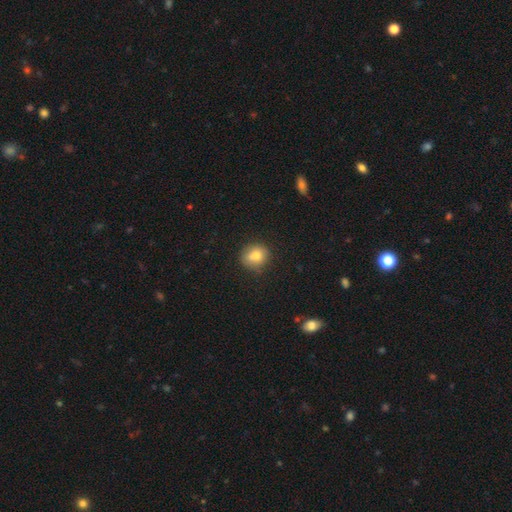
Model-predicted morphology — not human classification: smooth 78%, featured or disk 11%, star or artifact 10%. Down the decision tree: how rounded — round (77%); merging — none (72%).